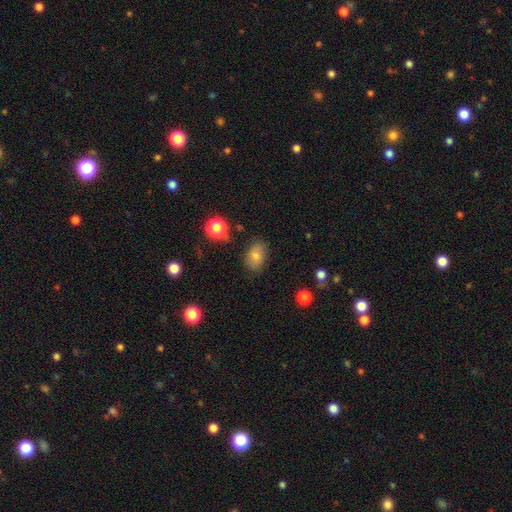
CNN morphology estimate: Q: Smooth or featured?
A: smooth (78%); runner-up: star or artifact (11%)
Q: How rounded?
A: in between (85%); runner-up: round (14%)
Q: Merging?
A: none (78%); runner-up: minor disturbance (15%)